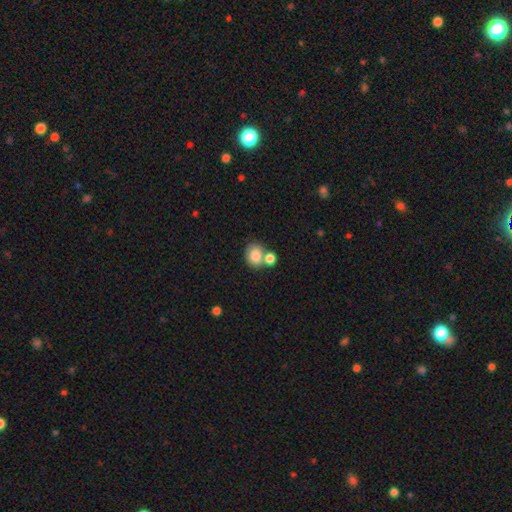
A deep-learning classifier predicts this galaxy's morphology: smooth 82%, featured or disk 10%, star or artifact 9%. Down the decision tree: how rounded — round (50%); merging — none (44%).